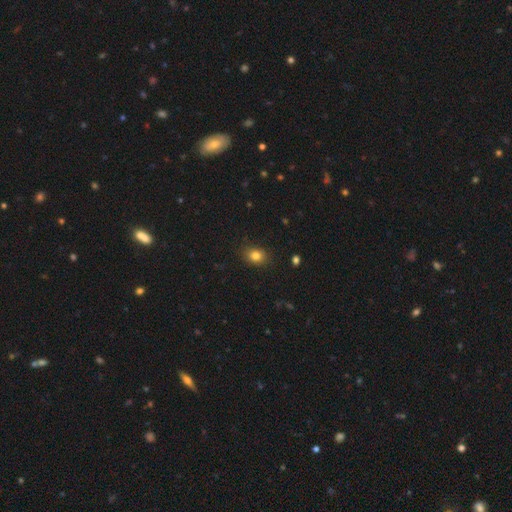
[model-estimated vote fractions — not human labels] Smooth or featured? Predicted: smooth (p=0.82). How rounded? Predicted: in between (p=0.58). Merging? Predicted: none (p=0.86).